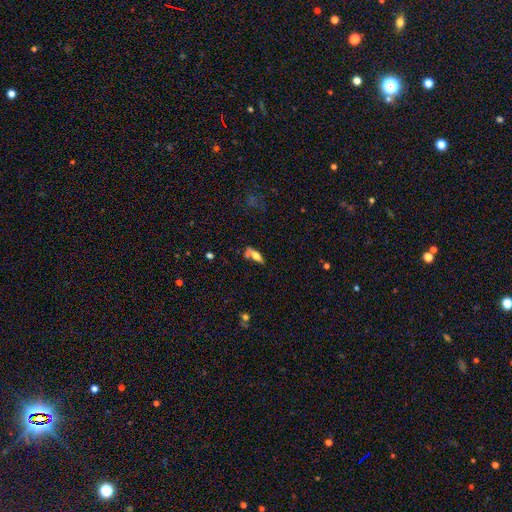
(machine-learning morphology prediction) type=smooth (58%); roundness=in between (64%); merging=none (47%).